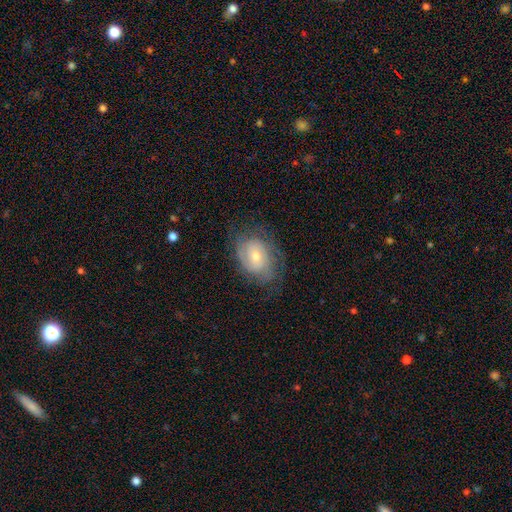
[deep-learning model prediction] The model was most divided on "bulge size": small: 48%, moderate: 46%, large: 3%, none: 1%, dominant: 1%. More confident: edge-on disk — no (95%); spiral arms — yes (82%); merging — none (68%); bar — no (67%); smooth or featured — featured or disk (62%).